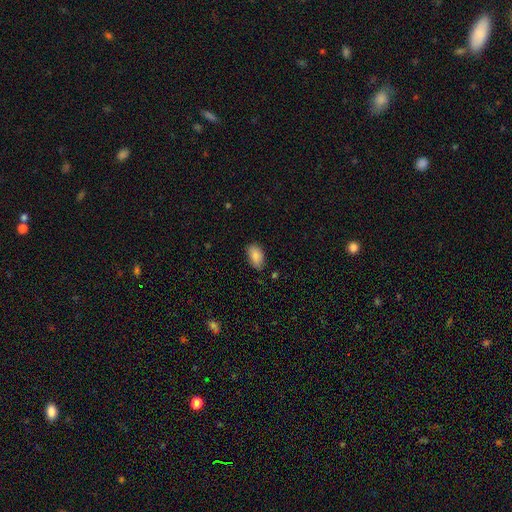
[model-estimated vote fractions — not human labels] Smooth or featured? smooth (87%)
How rounded? in between (93%)
Merging? none (78%)